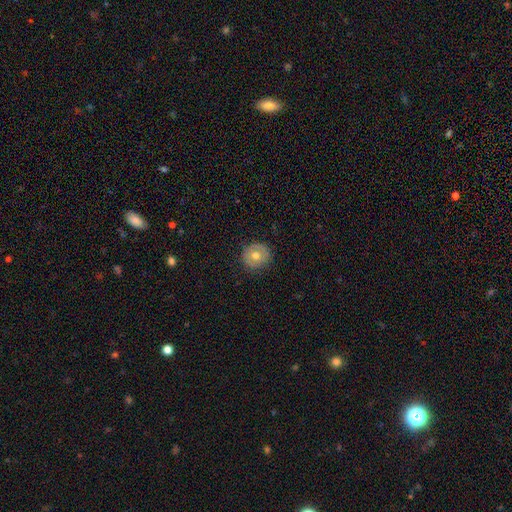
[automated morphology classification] smooth-or-featured: smooth: 61% | featured or disk: 30% | star or artifact: 8%
  how-rounded: round: 94% | in between: 5% | cigar-shaped: 1%
  merging: none: 88% | minor disturbance: 9% | major disturbance: 2% | merger: 1%